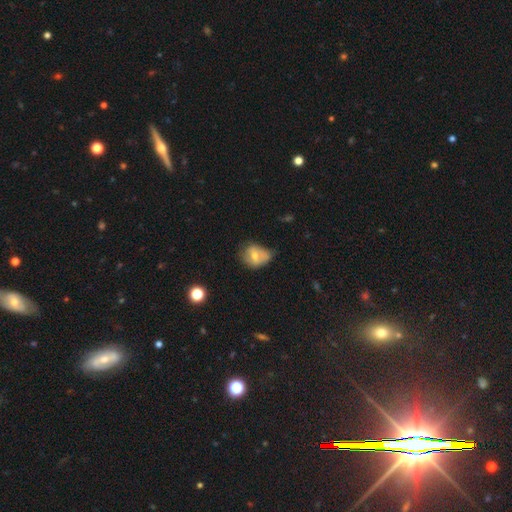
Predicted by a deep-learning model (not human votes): A smooth galaxy with no disk features (58%) that is in between round and cigar-shaped (55%). Merging: minor disturbance (39%, tied with none).